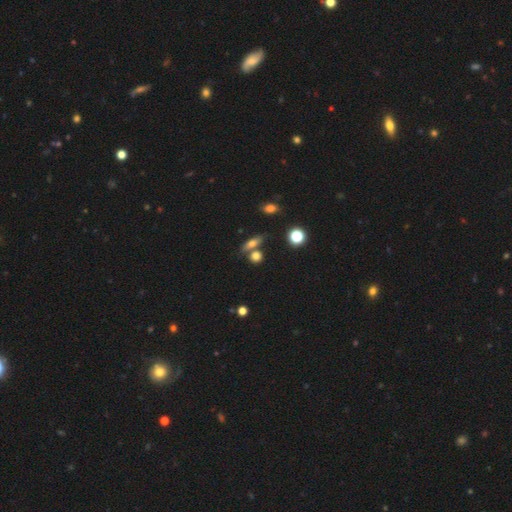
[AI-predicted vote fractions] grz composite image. It shows a smooth galaxy with no disk features (71%) that is round (56%). Merging: none (62%).